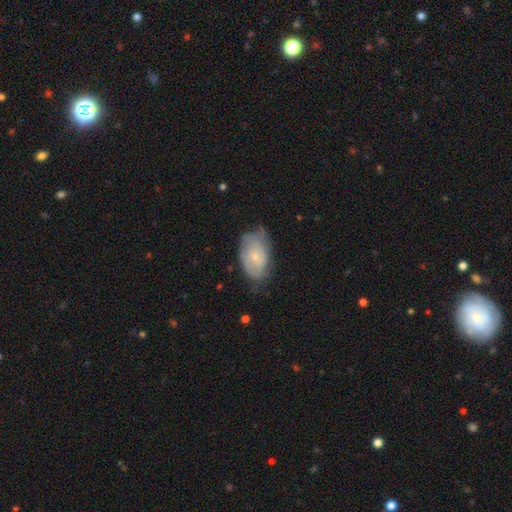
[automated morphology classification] Overall: smooth (50%; featured or disk 43%). How rounded: in between (91%). Merging: none (55%; minor disturbance 34%).